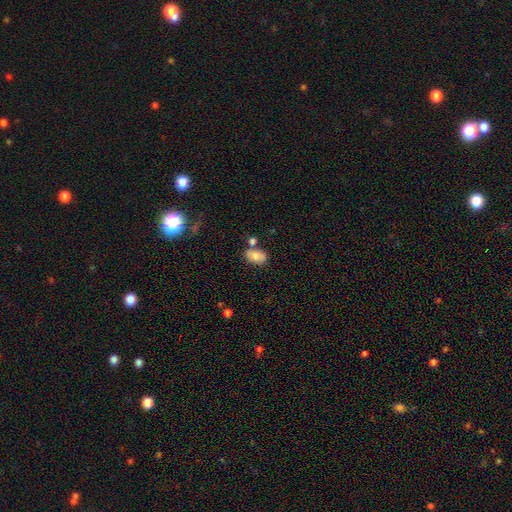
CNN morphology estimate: Q: Smooth or featured?
A: smooth (78%); runner-up: featured or disk (14%)
Q: How rounded?
A: in between (90%); runner-up: round (9%)
Q: Merging?
A: none (63%); runner-up: merger (17%)